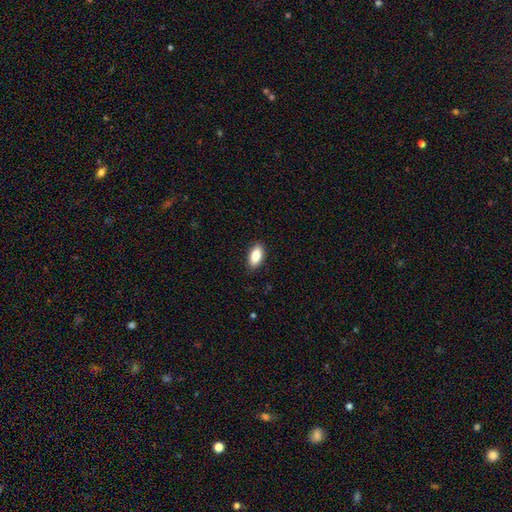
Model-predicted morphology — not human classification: This is clearly a smooth galaxy (85%). How rounded: clearly in between (91%). Merging: clearly none (89%).